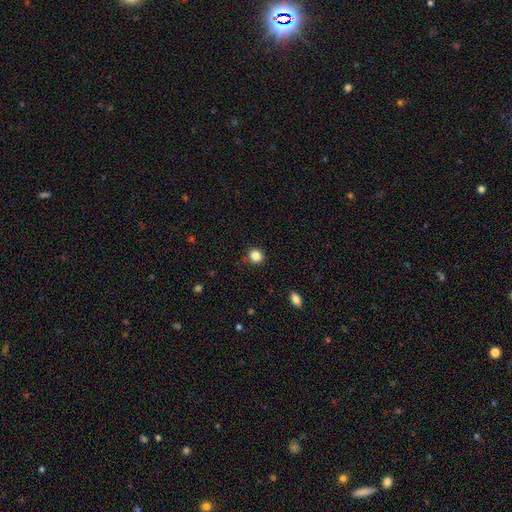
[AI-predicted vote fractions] Q: Smooth or featured?
A: smooth (85%); runner-up: star or artifact (11%)
Q: How rounded?
A: round (81%); runner-up: in between (18%)
Q: Merging?
A: none (85%); runner-up: minor disturbance (11%)